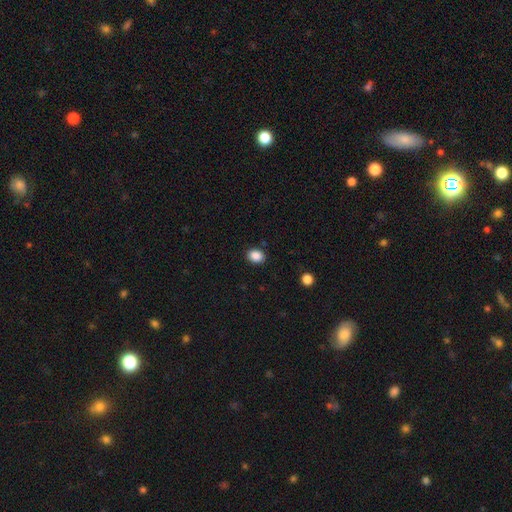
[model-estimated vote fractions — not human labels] Smooth or featured? smooth (88%)
How rounded? in between (52%)
Merging? none (88%)